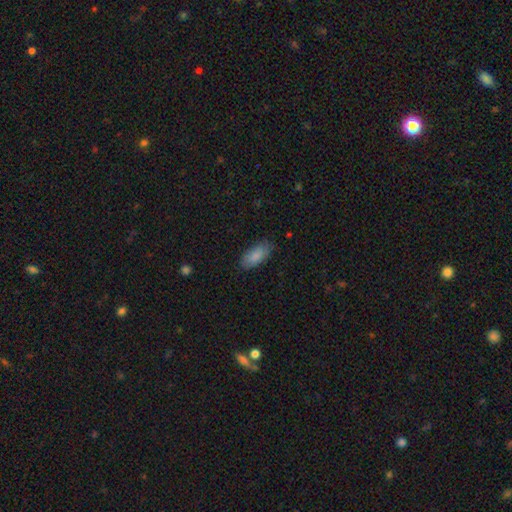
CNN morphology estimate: Smooth or featured: smooth — 86% (featured or disk — 8%)
How rounded: in between — 90% (cigar-shaped — 8%)
Merging: none — 81% (minor disturbance — 15%)